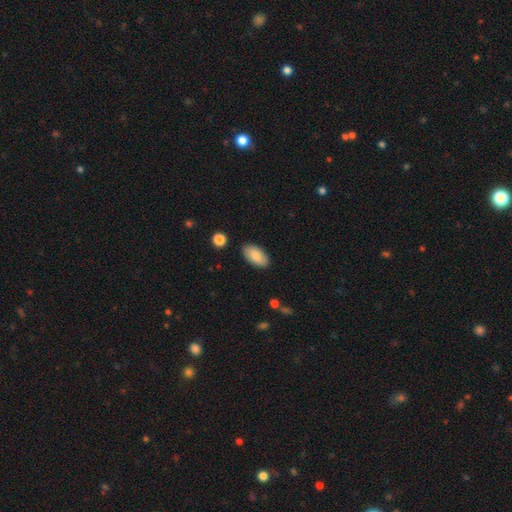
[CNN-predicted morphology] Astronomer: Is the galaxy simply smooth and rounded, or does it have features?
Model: smooth — 85%.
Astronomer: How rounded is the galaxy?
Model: in between — 94%.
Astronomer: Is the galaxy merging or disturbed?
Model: none — 88%.